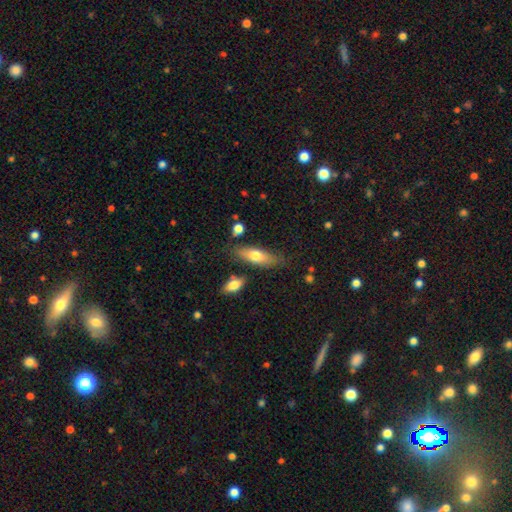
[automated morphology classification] The model was most divided on "how rounded": in between: 59%, cigar-shaped: 38%, round: 3%. More confident: merging — none (74%); smooth or featured — smooth (67%).